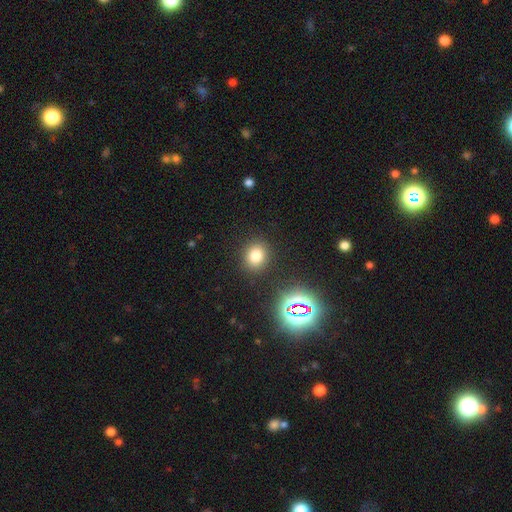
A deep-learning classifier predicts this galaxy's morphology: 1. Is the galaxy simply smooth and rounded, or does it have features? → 76% smooth, 17% star or artifact, 7% featured or disk.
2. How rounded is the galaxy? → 71% round, 28% in between, 1% cigar-shaped.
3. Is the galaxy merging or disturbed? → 88% none, 7% minor disturbance, 3% major disturbance, 2% merger.